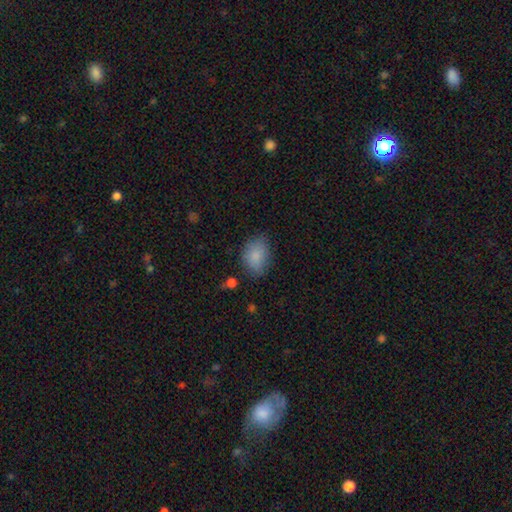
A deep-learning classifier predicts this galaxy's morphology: Smooth or featured?
  - smooth: 84% *
  - star or artifact: 8%
  - featured or disk: 8%
How rounded?
  - in between: 73% *
  - round: 25%
  - cigar-shaped: 1%
Merging?
  - none: 71% *
  - minor disturbance: 21%
  - major disturbance: 6%
  - merger: 2%